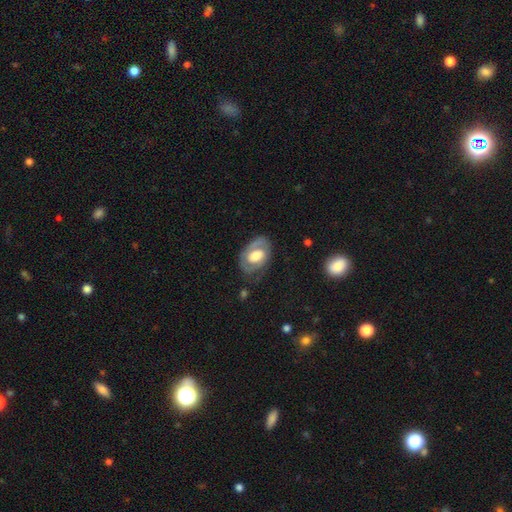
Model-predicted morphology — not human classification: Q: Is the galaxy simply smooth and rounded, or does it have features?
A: featured or disk — 63%.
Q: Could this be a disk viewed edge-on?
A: no — 95%.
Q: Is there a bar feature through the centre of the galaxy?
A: no — 59%.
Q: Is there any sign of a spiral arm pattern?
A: yes — 63%.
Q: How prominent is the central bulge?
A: large — 48%.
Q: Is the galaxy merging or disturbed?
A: none — 66%.